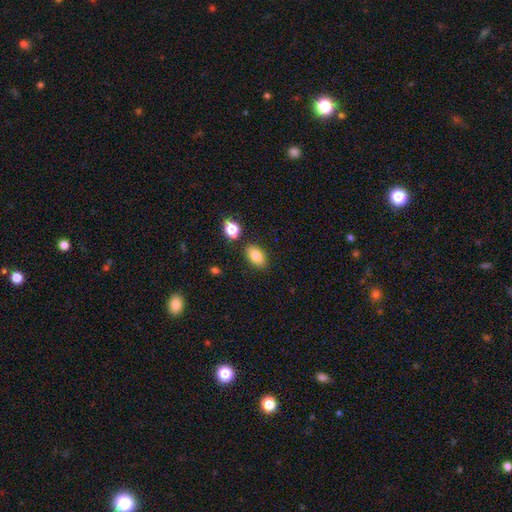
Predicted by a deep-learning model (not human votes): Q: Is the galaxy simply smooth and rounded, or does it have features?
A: smooth — 83%.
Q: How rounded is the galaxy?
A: in between — 87%.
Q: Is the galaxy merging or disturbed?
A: none — 81%.